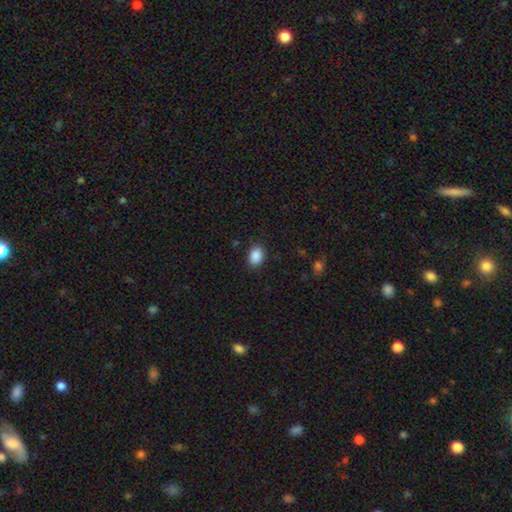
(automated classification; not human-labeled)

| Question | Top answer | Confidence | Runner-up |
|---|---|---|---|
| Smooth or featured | smooth | 89% | star or artifact (8%) |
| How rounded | in between | 79% | round (20%) |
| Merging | none | 87% | minor disturbance (10%) |